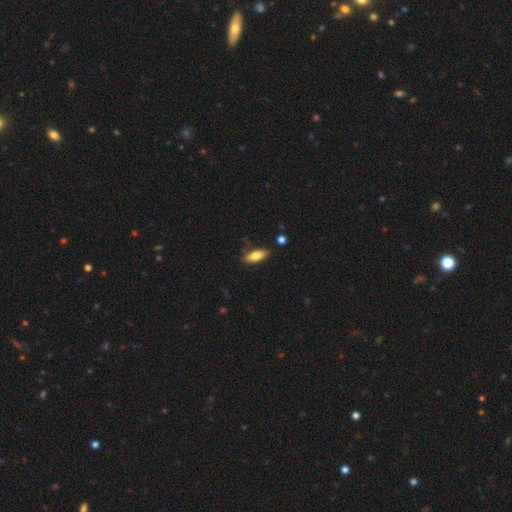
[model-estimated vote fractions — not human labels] Overall: smooth (75%). How rounded: in between (71%). Merging: none (77%).